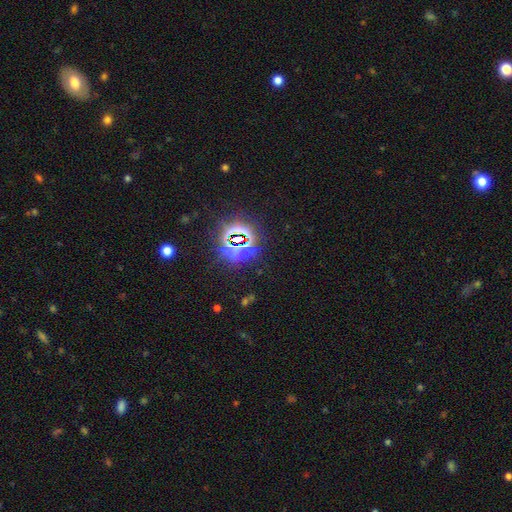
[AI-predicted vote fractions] Overall: star or artifact (83%).